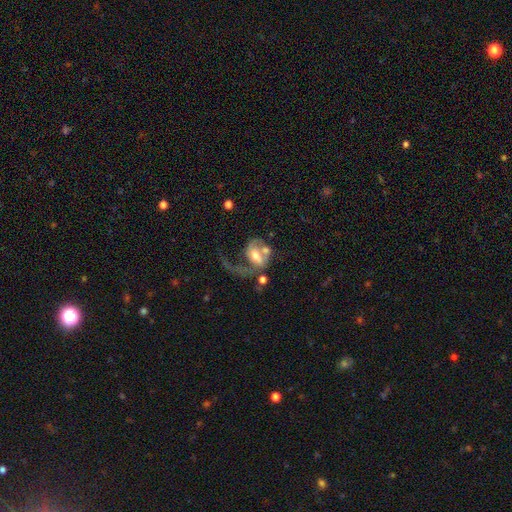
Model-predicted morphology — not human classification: Smooth or featured: featured or disk — 66% (smooth — 27%)
Edge-on disk: no — 96% (yes — 4%)
Bar: no — 43% (weak — 39%)
Spiral arms: yes — 77% (no — 23%)
Bulge size: moderate — 59% (small — 22%)
Merging: major disturbance — 44% (merger — 26%)